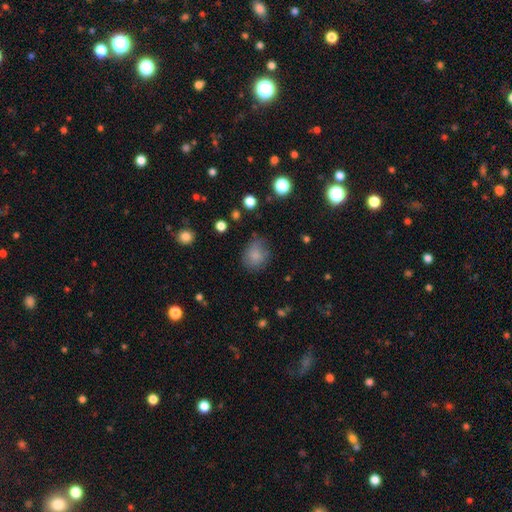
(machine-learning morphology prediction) This is clearly a smooth galaxy (81%). How rounded: likely round (64%). Merging: likely none (66%).